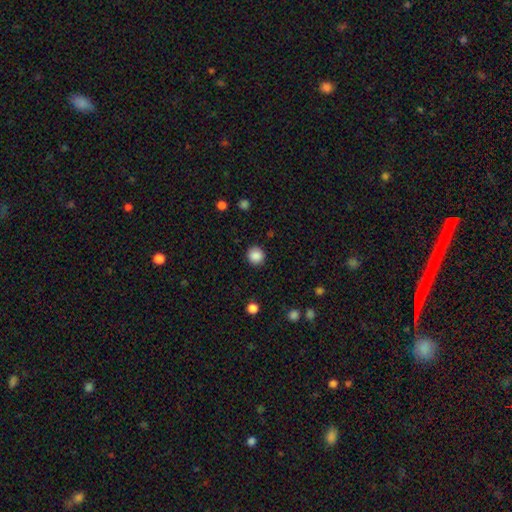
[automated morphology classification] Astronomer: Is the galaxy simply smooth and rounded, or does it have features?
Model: smooth — 87%.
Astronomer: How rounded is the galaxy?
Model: round — 92%.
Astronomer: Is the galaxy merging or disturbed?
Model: none — 90%.